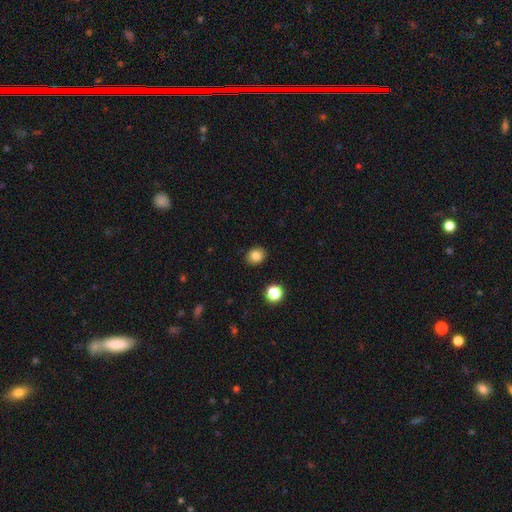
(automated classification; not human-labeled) Morphology: type=smooth (82%); roundness=round (67%); merging=none (89%).